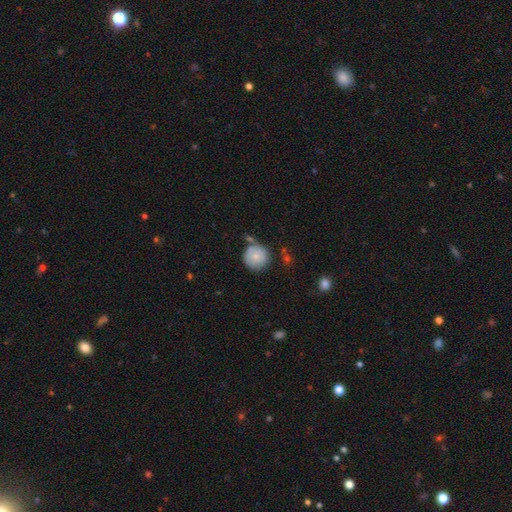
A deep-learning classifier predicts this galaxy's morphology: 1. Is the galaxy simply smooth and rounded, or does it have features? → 78% smooth, 14% featured or disk, 8% star or artifact.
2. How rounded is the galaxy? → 93% round, 6% in between, 1% cigar-shaped.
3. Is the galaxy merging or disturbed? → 69% none, 18% minor disturbance, 9% merger, 4% major disturbance.